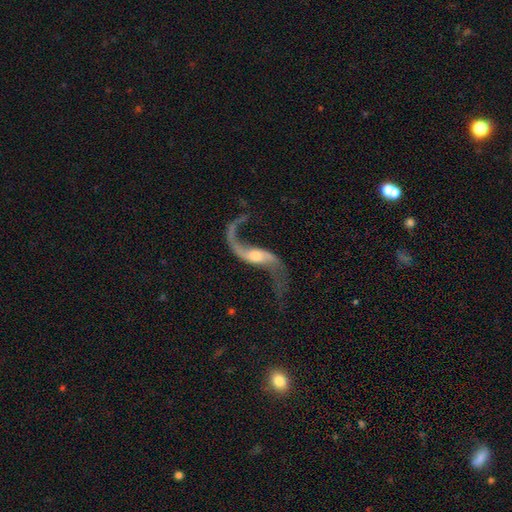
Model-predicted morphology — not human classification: type=featured or disk (90%); edge-on=no (93%); bar=no (41%); spiral arms=yes (96%); winding=loose (94%); arm count=2 (93%); bulge=moderate (43%); merging=none (66%).